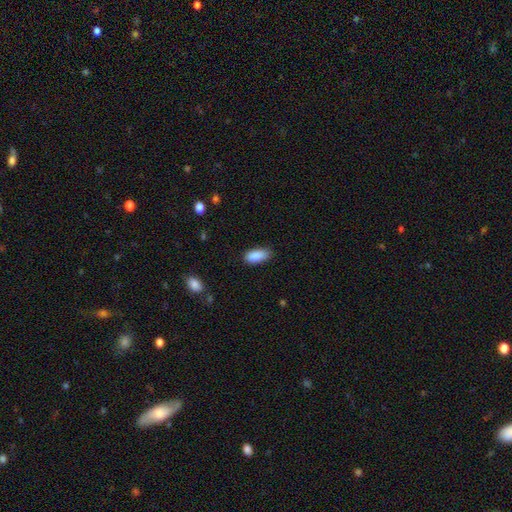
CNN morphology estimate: A smooth galaxy with no disk features (89%) that is in between round and cigar-shaped (87%).

Vote fractions:
- Smooth or featured? smooth: 89% / star or artifact: 7% / featured or disk: 4%
- How rounded? in between: 87% / cigar-shaped: 10% / round: 2%
- Merging? none: 77% / minor disturbance: 18% / major disturbance: 3% / merger: 1%